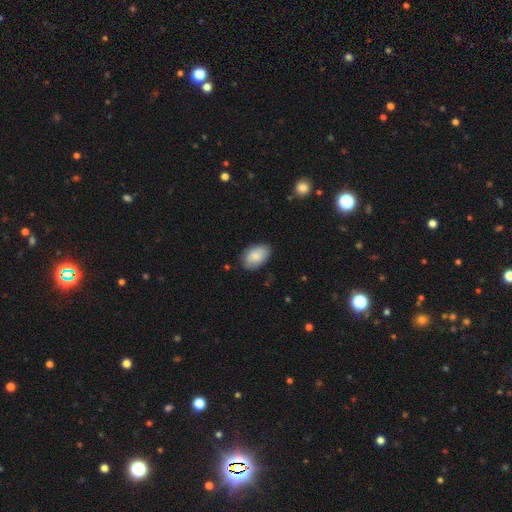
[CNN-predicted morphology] This appears to be a smooth galaxy with no disk features (84%) that is in between round and cigar-shaped (92%). Merging: none (82%).